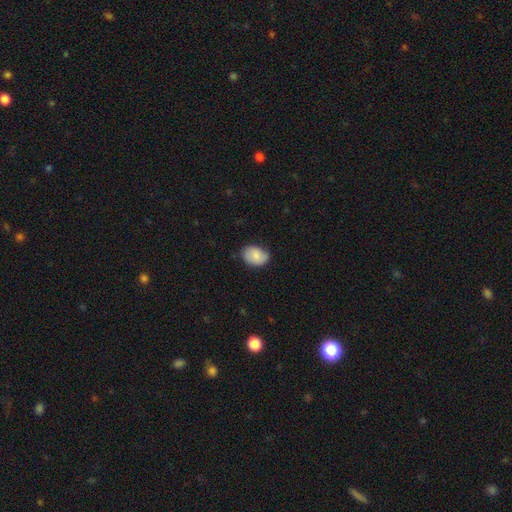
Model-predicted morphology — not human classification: This is likely a smooth galaxy (80%). How rounded: likely in between (73%). Merging: likely none (70%).